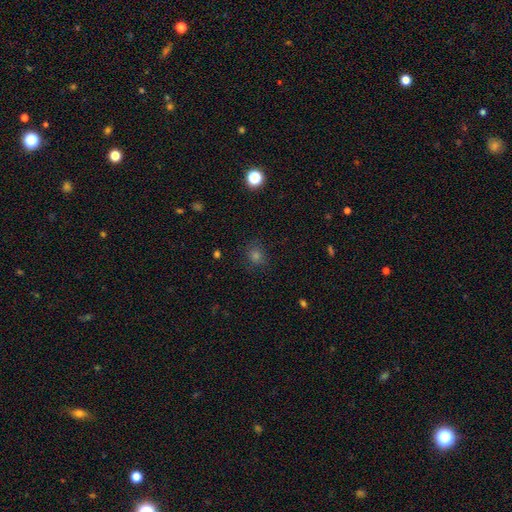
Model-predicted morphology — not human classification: This appears to be a smooth galaxy with no disk features (64%) that is round (83%). Merging: none (85%).